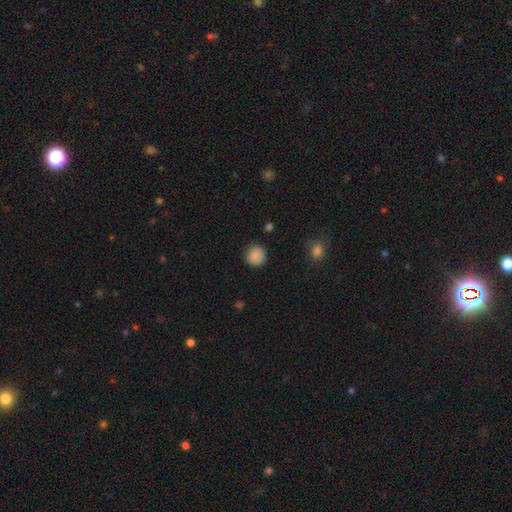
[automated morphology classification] Overall: smooth (87%). How rounded: round (91%). Merging: none (85%).